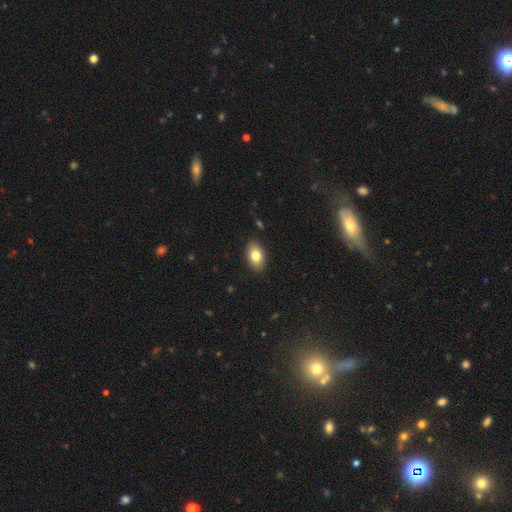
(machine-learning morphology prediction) smooth 81%, featured or disk 12%, star or artifact 8%. Down the decision tree: how rounded — in between (90%); merging — none (89%).